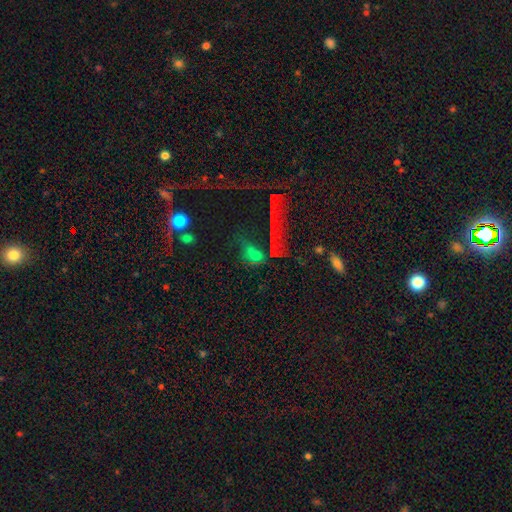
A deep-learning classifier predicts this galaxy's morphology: Smooth or featured? Predicted: star or artifact (p=0.44).